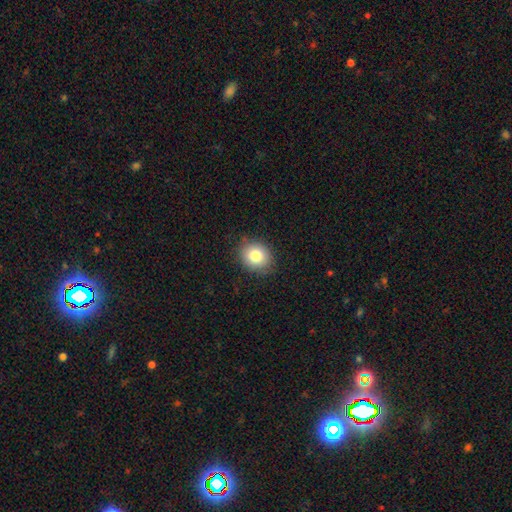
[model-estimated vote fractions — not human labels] Q: Smooth or featured?
A: smooth (81%); runner-up: star or artifact (10%)
Q: How rounded?
A: round (68%); runner-up: in between (31%)
Q: Merging?
A: none (85%); runner-up: minor disturbance (12%)